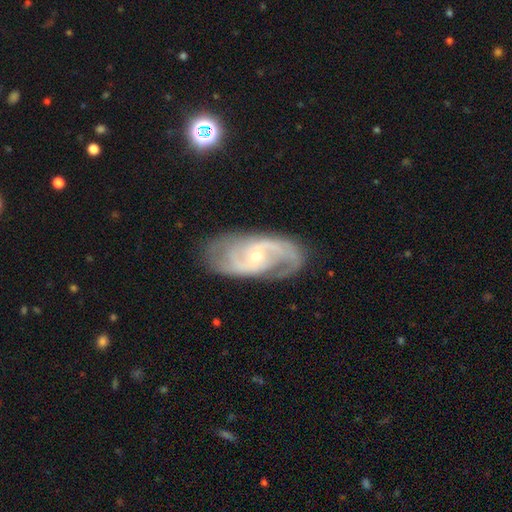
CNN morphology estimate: A featured or disk galaxy (87%) with no bar (52%), 2 (69%) medium (49%) spiral arms (96%) and a small central bulge (65%).

Vote fractions:
- Smooth or featured? featured or disk: 87% / smooth: 7% / star or artifact: 6%
- Edge-on disk? no: 95% / yes: 5%
- Bar? no: 52% / weak: 37% / strong: 11%
- Spiral arms? yes: 96% / no: 4%
- Spiral winding? medium: 49% / tight: 34% / loose: 16%
- Spiral arm count? 2: 69% / can't tell: 12% / 3: 10% / 1: 3% / 4: 3% / more than 4: 2%
- Bulge size? small: 65% / moderate: 32% / large: 1% / none: 1% / dominant: 1%
- Merging? none: 77% / minor disturbance: 16% / major disturbance: 6% / merger: 1%